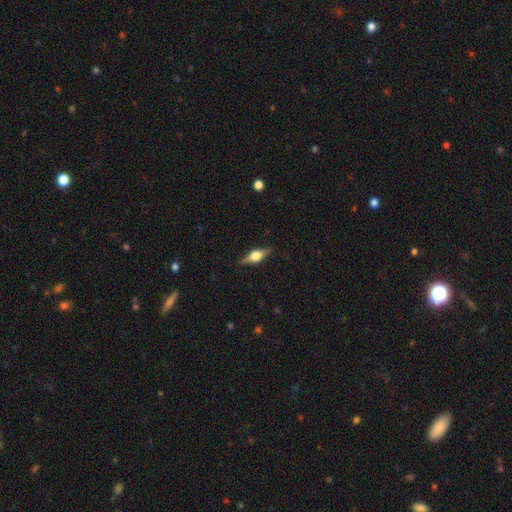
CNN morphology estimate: Smooth or featured? Predicted: featured or disk (p=0.54). Edge-on disk? Predicted: yes (p=0.94). Edge-on bulge? Predicted: rounded (p=0.90). Merging? Predicted: none (p=0.84).